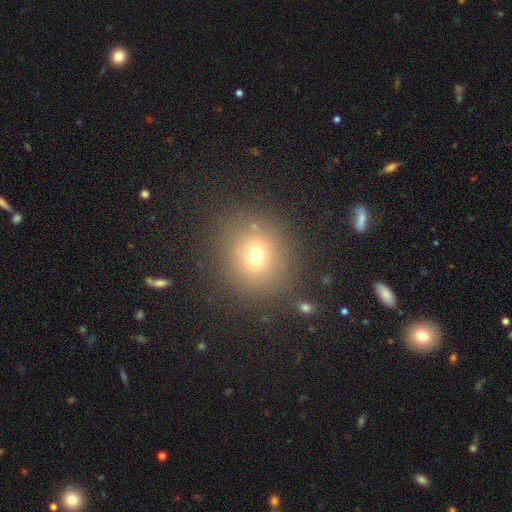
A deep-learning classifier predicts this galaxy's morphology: Smooth or featured?
  - smooth: 69% *
  - star or artifact: 19%
  - featured or disk: 12%
How rounded?
  - round: 83% *
  - in between: 16%
  - cigar-shaped: 1%
Merging?
  - none: 84% *
  - minor disturbance: 9%
  - major disturbance: 4%
  - merger: 3%